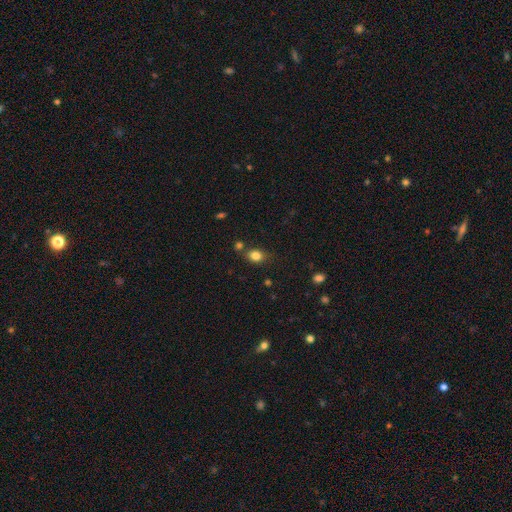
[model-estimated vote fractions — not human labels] Overall: smooth (82%). How rounded: in between (57%; round 42%). Merging: none (71%).